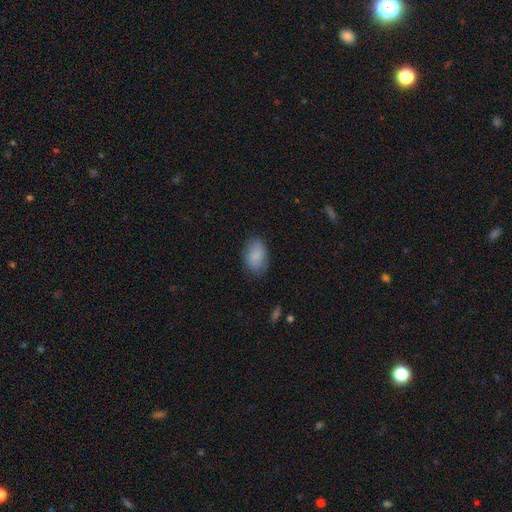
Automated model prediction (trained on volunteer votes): Overall: smooth (86%). How rounded: in between (90%). Merging: none (82%).